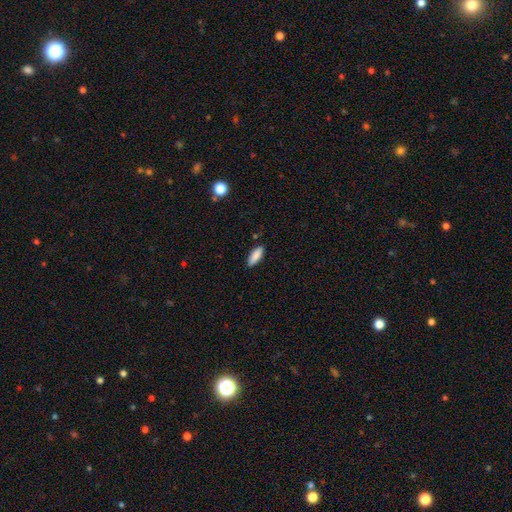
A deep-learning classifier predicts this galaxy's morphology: Overall: smooth (88%). How rounded: in between (66%; cigar-shaped 32%). Merging: none (86%).